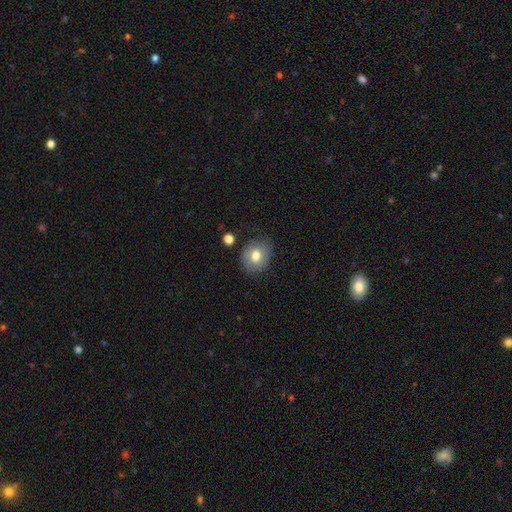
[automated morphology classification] A smooth galaxy with no disk features (71%) that is round (56%). Merging: none (71%).